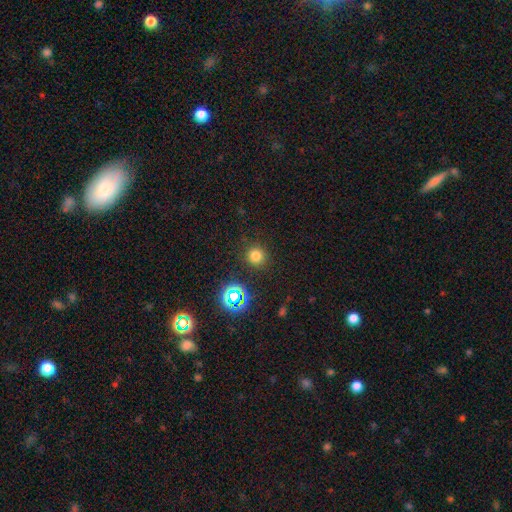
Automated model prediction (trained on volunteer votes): smooth_or_featured: smooth (p=0.72) [alt: star or artifact p=0.22]
how_rounded: round (p=0.93) [alt: in between p=0.06]
merging: none (p=0.88) [alt: minor disturbance p=0.07]